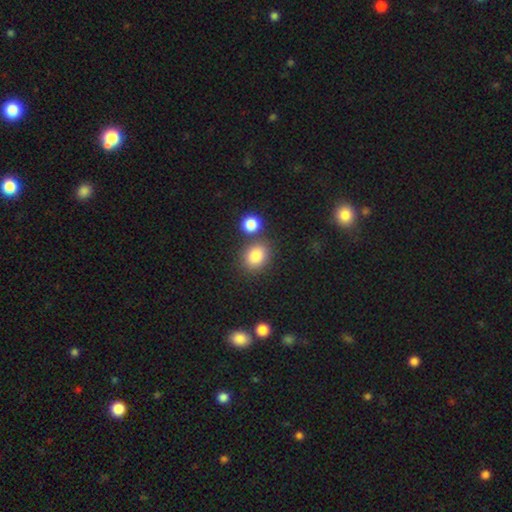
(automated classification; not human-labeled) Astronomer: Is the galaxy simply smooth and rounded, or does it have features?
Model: smooth — 83%.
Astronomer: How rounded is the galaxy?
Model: round — 58% (runner-up: in between, 41%).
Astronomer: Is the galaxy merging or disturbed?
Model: none — 71%.